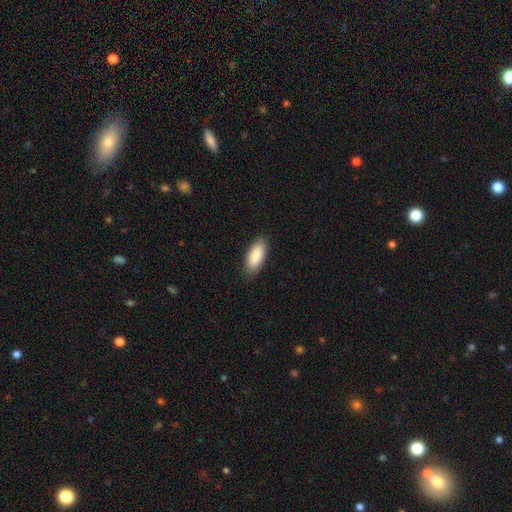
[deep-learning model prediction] Q: Smooth or featured?
A: smooth (89%); runner-up: featured or disk (6%)
Q: How rounded?
A: in between (87%); runner-up: cigar-shaped (12%)
Q: Merging?
A: none (87%); runner-up: minor disturbance (10%)